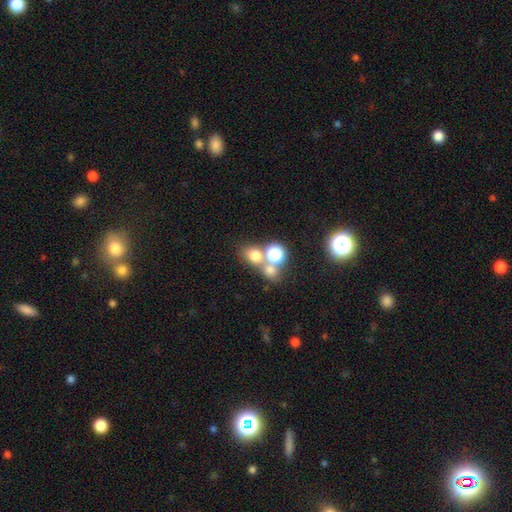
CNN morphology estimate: smooth-or-featured: smooth: 66% | star or artifact: 21% | featured or disk: 12%
  how-rounded: round: 62% | in between: 36% | cigar-shaped: 2%
  merging: none: 46% | merger: 41% | minor disturbance: 8% | major disturbance: 5%